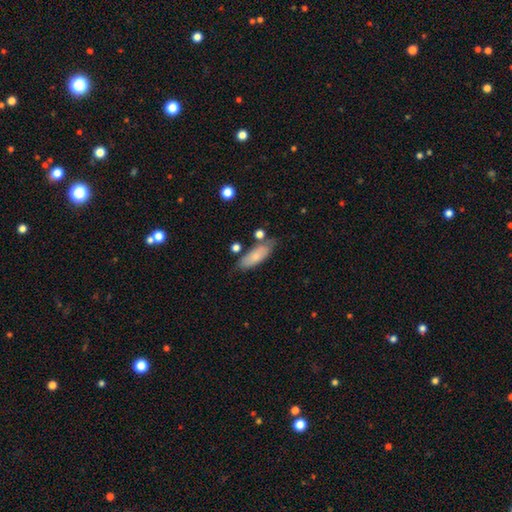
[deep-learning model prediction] Smooth or featured: smooth — 73% (featured or disk — 21%)
How rounded: in between — 66% (cigar-shaped — 31%)
Merging: none — 69% (minor disturbance — 19%)